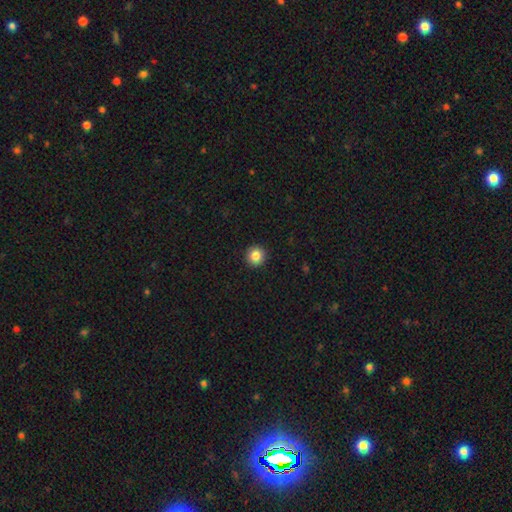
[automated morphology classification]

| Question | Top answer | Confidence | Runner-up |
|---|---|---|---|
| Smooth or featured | smooth | 86% | star or artifact (10%) |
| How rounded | round | 94% | in between (5%) |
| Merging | none | 93% | minor disturbance (5%) |